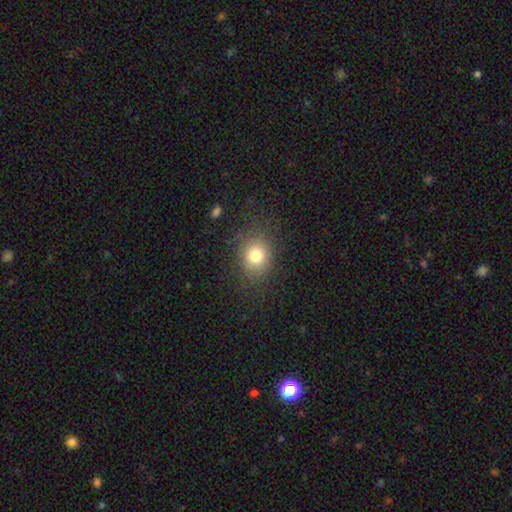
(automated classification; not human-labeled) smooth-or-featured: smooth: 78% | star or artifact: 13% | featured or disk: 9%
  how-rounded: round: 57% | in between: 42% | cigar-shaped: 1%
  merging: none: 82% | minor disturbance: 11% | major disturbance: 5% | merger: 1%